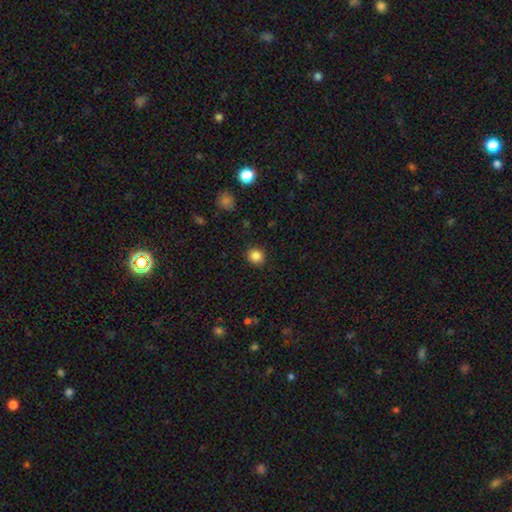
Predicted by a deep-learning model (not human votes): Overall: smooth (86%). How rounded: round (88%). Merging: none (91%).